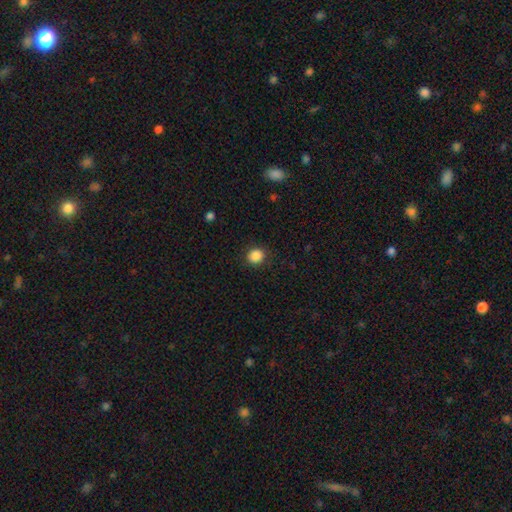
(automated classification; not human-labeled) Smooth or featured: smooth — 87% (star or artifact — 10%)
How rounded: round — 84% (in between — 15%)
Merging: none — 88% (minor disturbance — 8%)